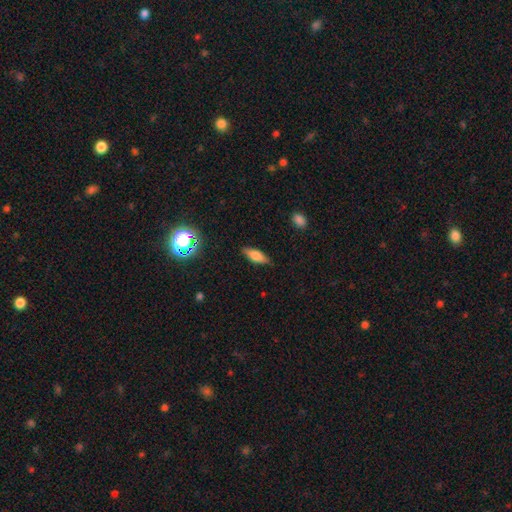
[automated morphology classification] Q: Smooth or featured?
A: smooth (69%); runner-up: featured or disk (21%)
Q: How rounded?
A: in between (62%); runner-up: cigar-shaped (35%)
Q: Merging?
A: none (85%); runner-up: minor disturbance (11%)